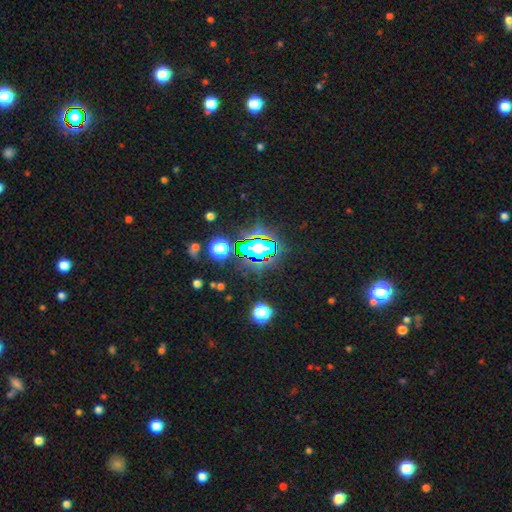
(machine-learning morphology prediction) star or artifact 82%, smooth 11%, featured or disk 7%.